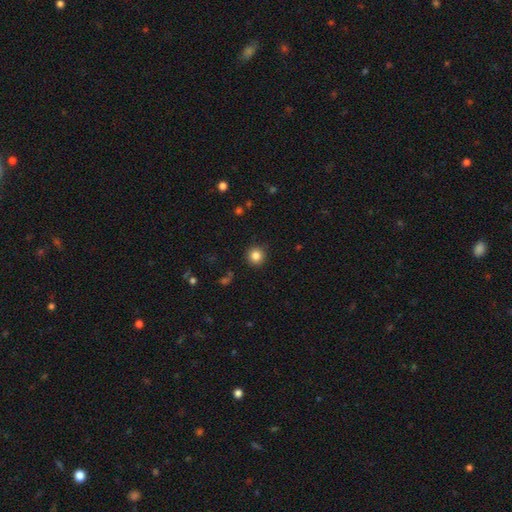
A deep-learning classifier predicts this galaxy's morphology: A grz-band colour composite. It shows a smooth galaxy with no disk features (83%) that is round (94%). Merging: none (91%).